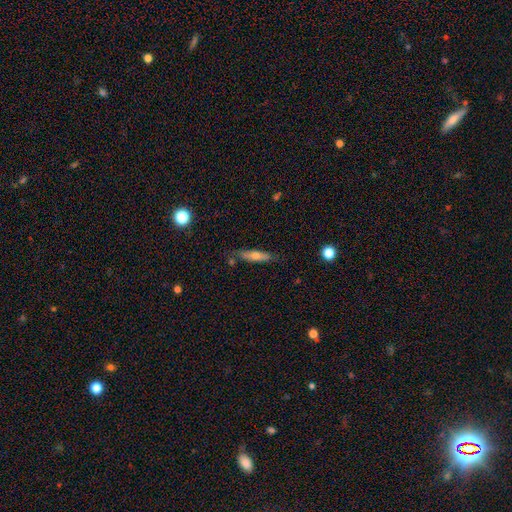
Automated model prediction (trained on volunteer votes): Q: Smooth or featured?
A: smooth (52%); runner-up: featured or disk (40%)
Q: How rounded?
A: cigar-shaped (78%); runner-up: in between (19%)
Q: Merging?
A: none (79%); runner-up: minor disturbance (15%)